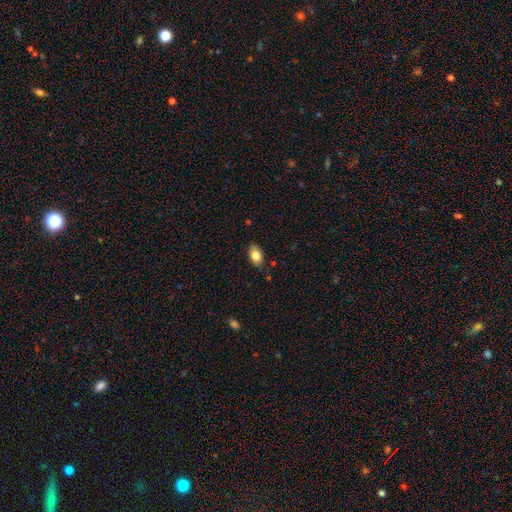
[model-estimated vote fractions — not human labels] The model was most divided on "merging": none: 82%, minor disturbance: 14%, major disturbance: 2%, merger: 2%. More confident: how rounded — in between (91%); smooth or featured — smooth (82%).